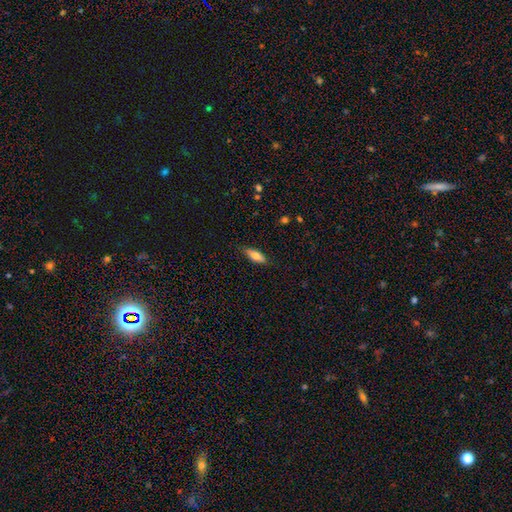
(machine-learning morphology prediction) Overall: smooth (74%). How rounded: in between (67%; cigar-shaped 31%). Merging: none (84%).